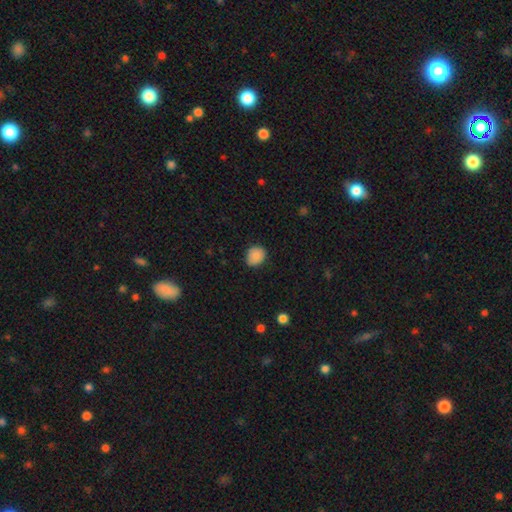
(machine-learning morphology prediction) smooth_or_featured: smooth (p=0.87) [alt: star or artifact p=0.09]
how_rounded: round (p=0.66) [alt: in between p=0.33]
merging: none (p=0.82) [alt: minor disturbance p=0.14]